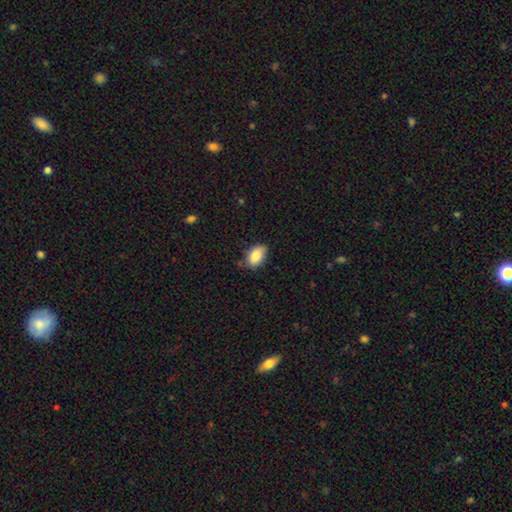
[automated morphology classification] smooth_or_featured: smooth (p=0.87) [alt: star or artifact p=0.07]
how_rounded: in between (p=0.90) [alt: round p=0.08]
merging: none (p=0.75) [alt: minor disturbance p=0.20]